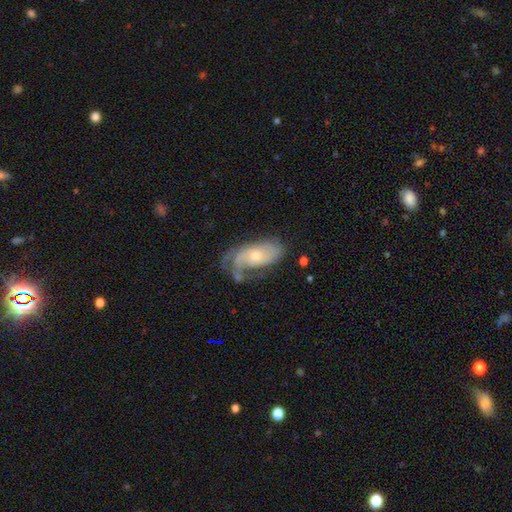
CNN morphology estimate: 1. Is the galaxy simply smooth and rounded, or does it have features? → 75% featured or disk, 18% smooth, 6% star or artifact.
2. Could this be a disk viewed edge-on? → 94% no, 6% yes.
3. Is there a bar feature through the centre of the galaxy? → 74% no, 22% weak, 5% strong.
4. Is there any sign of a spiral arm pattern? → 88% yes, 12% no.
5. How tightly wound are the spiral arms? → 38% medium, 37% tight, 25% loose.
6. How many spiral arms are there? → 39% 2, 26% can't tell, 20% 1, 9% 3, 3% 4, 3% more than 4.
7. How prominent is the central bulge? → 54% small, 42% moderate, 2% large, 1% none, 1% dominant.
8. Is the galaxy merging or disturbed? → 43% none, 27% minor disturbance, 24% major disturbance, 5% merger.